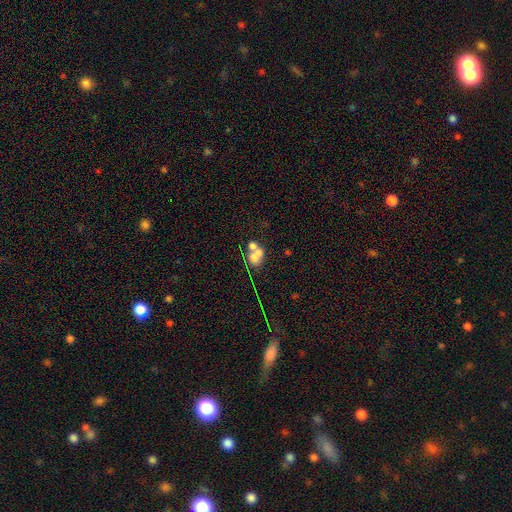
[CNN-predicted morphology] Smooth or featured? Predicted: smooth (p=0.57). How rounded? Predicted: round (p=0.49, tied with in between). Merging? Predicted: merger (p=0.61).